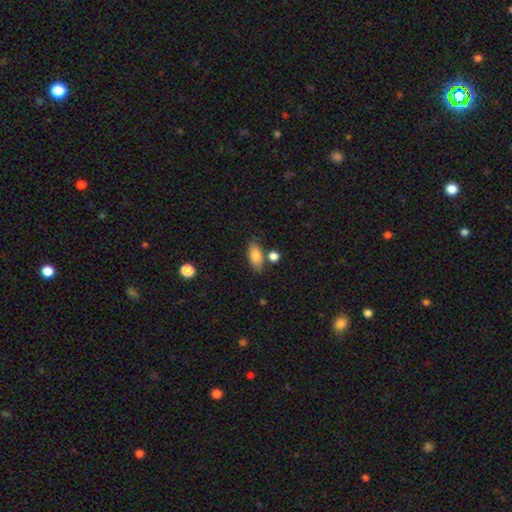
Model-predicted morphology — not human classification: Overall: smooth (84%). How rounded: in between (84%). Merging: none (72%).